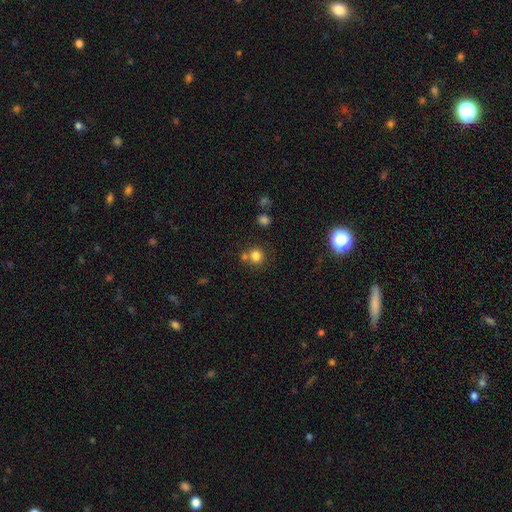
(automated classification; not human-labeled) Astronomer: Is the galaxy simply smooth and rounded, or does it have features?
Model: smooth — 80%.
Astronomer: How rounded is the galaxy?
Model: round — 89%.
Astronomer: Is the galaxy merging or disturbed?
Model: none — 67%.